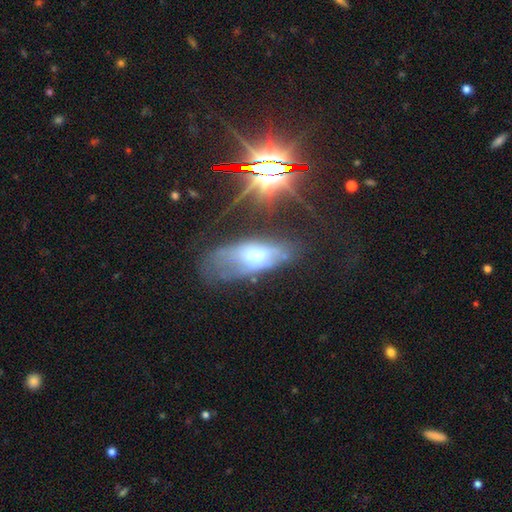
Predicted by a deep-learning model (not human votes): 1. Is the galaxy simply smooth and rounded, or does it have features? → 44% featured or disk, 41% smooth, 15% star or artifact.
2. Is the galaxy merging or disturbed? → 37% none, 32% major disturbance, 27% minor disturbance, 5% merger.